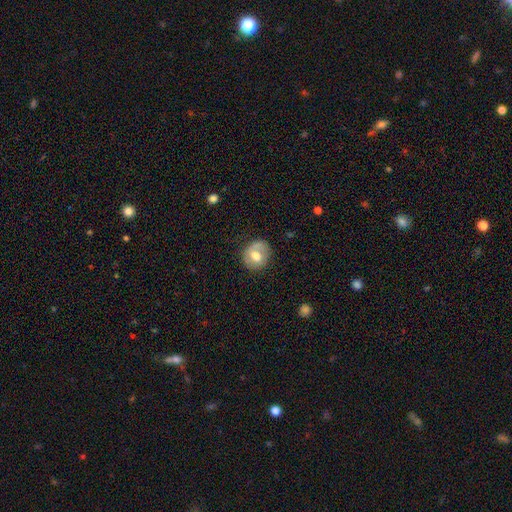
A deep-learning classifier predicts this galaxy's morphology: smooth-or-featured: smooth: 61% | featured or disk: 32% | star or artifact: 8%
  how-rounded: round: 74% | in between: 25% | cigar-shaped: 1%
  merging: none: 72% | minor disturbance: 19% | major disturbance: 7% | merger: 2%